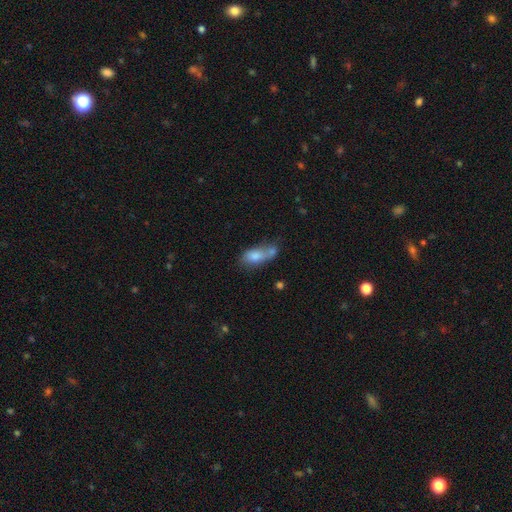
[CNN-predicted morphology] This is likely a smooth galaxy (72%). How rounded: likely in between (77%). Merging: possibly merger (46%).